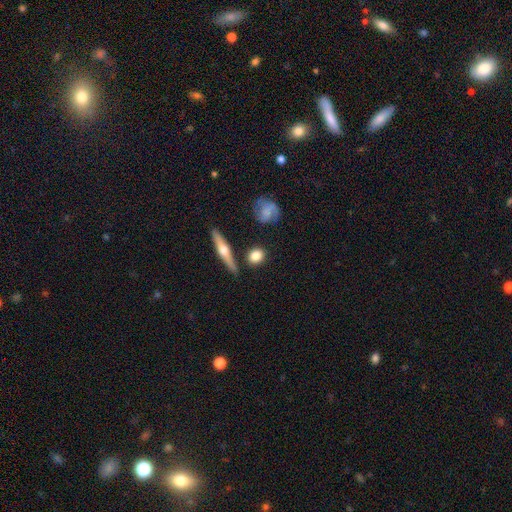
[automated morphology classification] Smooth or featured? smooth (75%)
How rounded? round (64%)
Merging? none (80%)